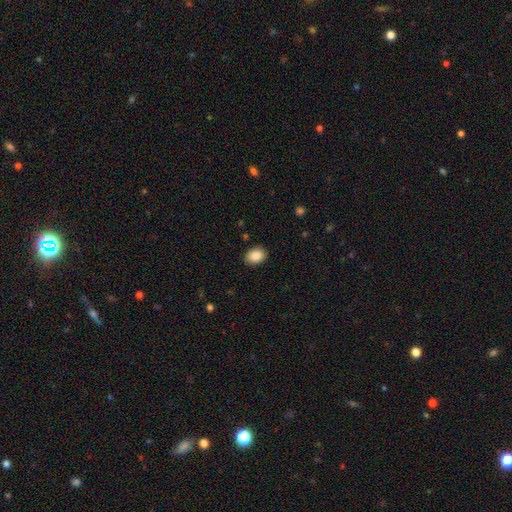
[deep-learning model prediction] This appears to be a smooth galaxy with no disk features (88%) that is in between round and cigar-shaped (70%). Merging: none (89%).